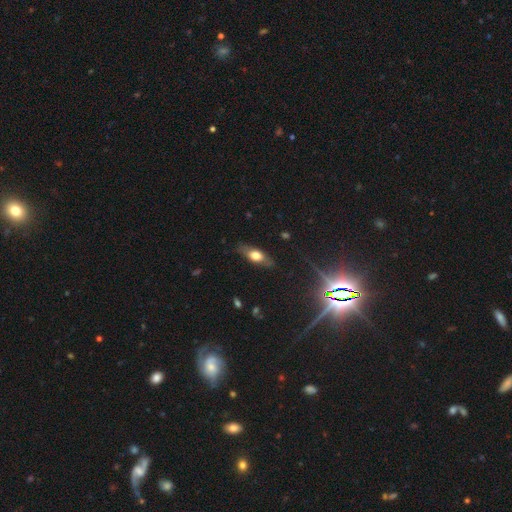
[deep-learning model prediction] Overall: smooth (57%; featured or disk 35%). How rounded: in between (65%; cigar-shaped 31%). Merging: none (81%).